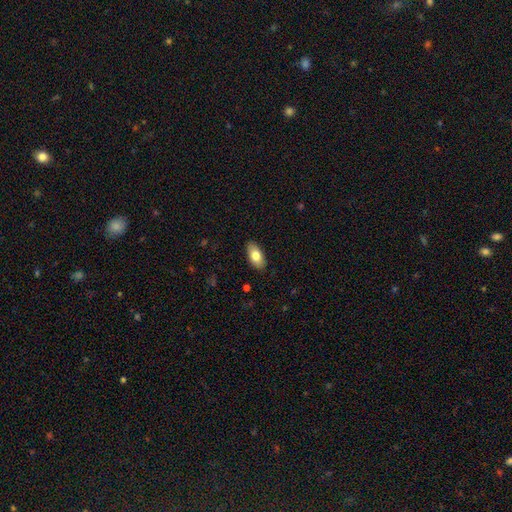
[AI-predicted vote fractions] Overall: smooth (78%). How rounded: in between (92%). Merging: none (87%).